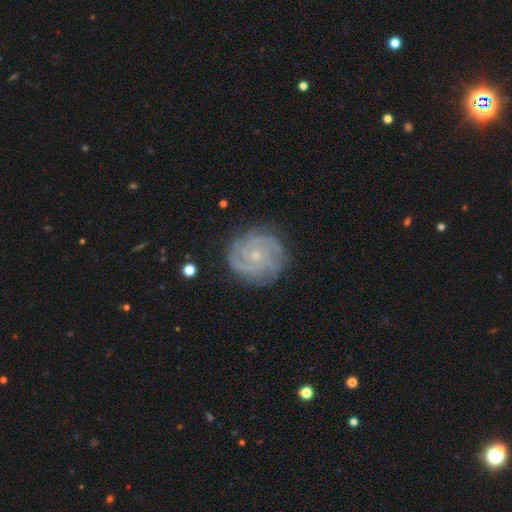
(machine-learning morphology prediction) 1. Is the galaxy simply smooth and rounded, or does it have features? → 83% featured or disk, 10% smooth, 7% star or artifact.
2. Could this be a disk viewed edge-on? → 98% no, 2% yes.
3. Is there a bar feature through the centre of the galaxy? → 76% no, 20% weak, 4% strong.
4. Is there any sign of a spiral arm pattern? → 96% yes, 4% no.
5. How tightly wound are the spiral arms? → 69% tight, 26% medium, 5% loose.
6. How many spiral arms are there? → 31% 3, 22% can't tell, 19% 2, 14% 4, 7% more than 4, 6% 1.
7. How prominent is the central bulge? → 74% small, 22% moderate, 2% none, 1% large, 1% dominant.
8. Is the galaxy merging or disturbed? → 82% none, 13% minor disturbance, 4% major disturbance, 1% merger.